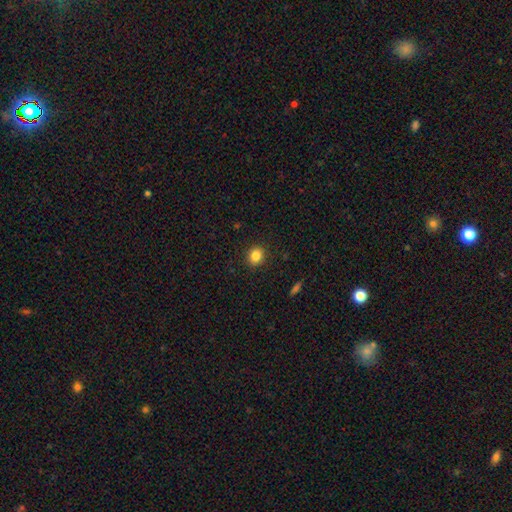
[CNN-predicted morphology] Smooth or featured? Predicted: smooth (p=0.84). How rounded? Predicted: round (p=0.74). Merging? Predicted: none (p=0.90).